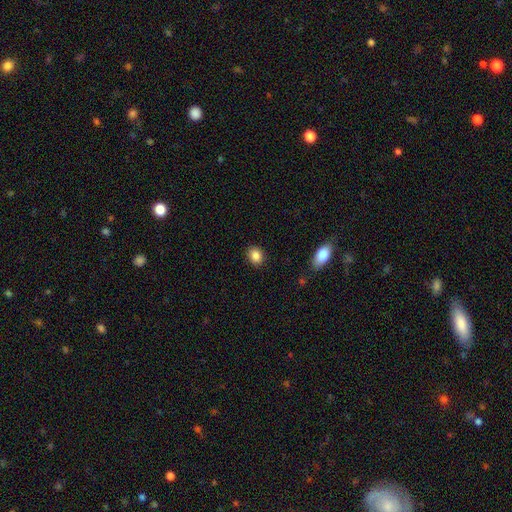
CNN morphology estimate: Smooth or featured? Predicted: smooth (p=0.86). How rounded? Predicted: in between (p=0.50). Merging? Predicted: none (p=0.88).